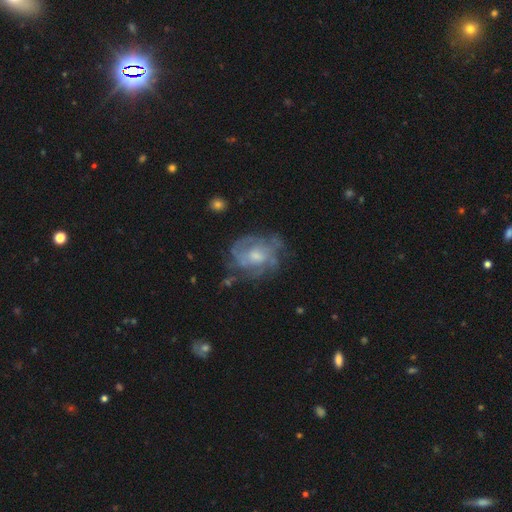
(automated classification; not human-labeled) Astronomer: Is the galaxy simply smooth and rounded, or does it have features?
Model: featured or disk — 74%.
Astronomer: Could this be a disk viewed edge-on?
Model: no — 97%.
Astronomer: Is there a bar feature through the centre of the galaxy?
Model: no — 67%.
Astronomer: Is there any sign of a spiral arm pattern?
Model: yes — 76%.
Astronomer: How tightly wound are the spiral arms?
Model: tight — 47% (runner-up: medium, 38%).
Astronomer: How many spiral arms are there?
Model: can't tell — 47%.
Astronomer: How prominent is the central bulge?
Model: moderate — 51% (runner-up: small, 35%).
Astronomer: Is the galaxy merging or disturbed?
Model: none — 60%.